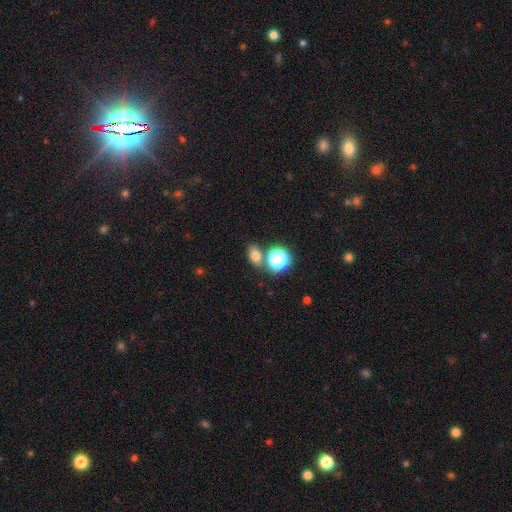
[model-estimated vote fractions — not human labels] smooth_or_featured: smooth (p=0.71) [alt: star or artifact p=0.20]
how_rounded: in between (p=0.62) [alt: round p=0.36]
merging: none (p=0.70) [alt: merger p=0.16]